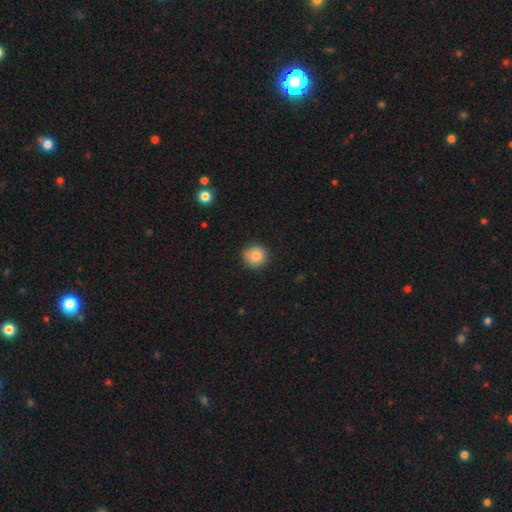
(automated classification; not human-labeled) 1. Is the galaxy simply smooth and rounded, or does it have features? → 85% smooth, 9% star or artifact, 6% featured or disk.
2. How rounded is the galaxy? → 92% round, 7% in between, 1% cigar-shaped.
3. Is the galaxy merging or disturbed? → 86% none, 11% minor disturbance, 2% major disturbance, 1% merger.